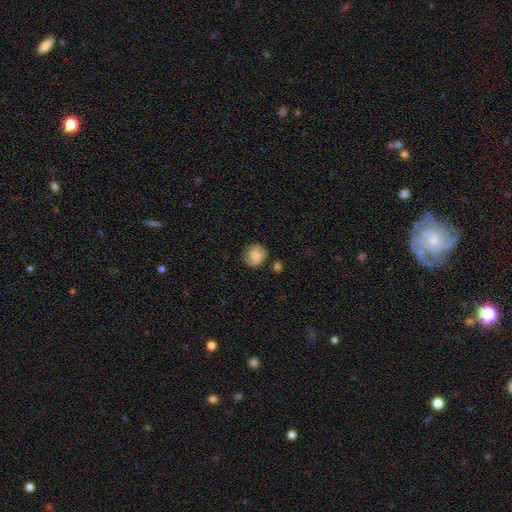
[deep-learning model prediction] The model was most divided on "smooth or featured": smooth: 58%, featured or disk: 34%, star or artifact: 8%. More confident: how rounded — round (80%); merging — none (74%).